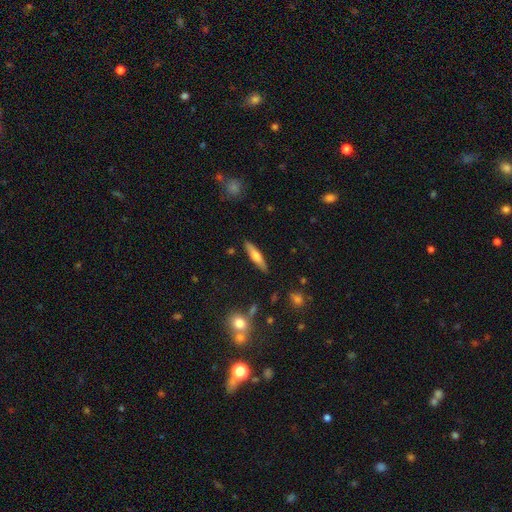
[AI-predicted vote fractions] A smooth galaxy with no disk features (60%) that is cigar-shaped (80%).

Vote fractions:
- Smooth or featured? smooth: 60% / featured or disk: 34% / star or artifact: 6%
- How rounded? cigar-shaped: 80% / in between: 18% / round: 2%
- Merging? none: 87% / minor disturbance: 9% / major disturbance: 2% / merger: 2%